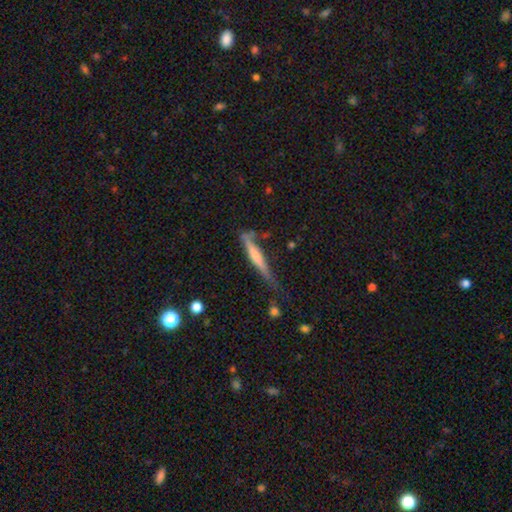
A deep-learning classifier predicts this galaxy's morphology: smooth-or-featured: smooth: 49% | featured or disk: 45% | star or artifact: 6%
  merging: none: 50% | minor disturbance: 30% | major disturbance: 13% | merger: 7%